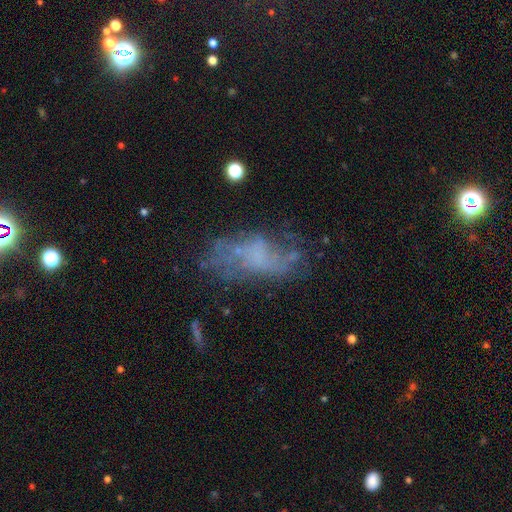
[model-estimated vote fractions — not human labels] Smooth or featured? featured or disk (54%)
Edge-on disk? no (93%)
Merging? none (47%)